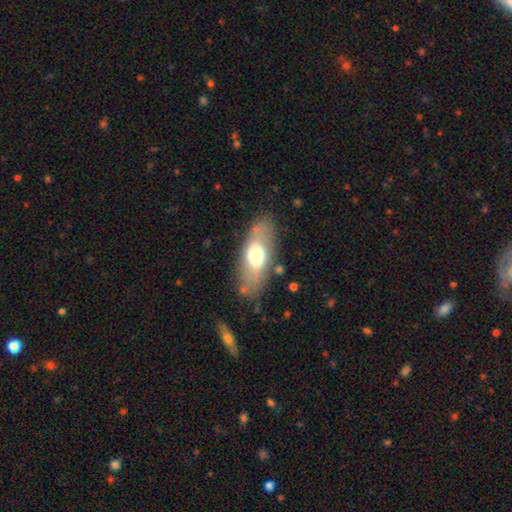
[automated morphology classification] smooth_or_featured: smooth (p=0.59) [alt: featured or disk p=0.34]
how_rounded: in between (p=0.77) [alt: cigar-shaped p=0.19]
merging: none (p=0.79) [alt: minor disturbance p=0.14]